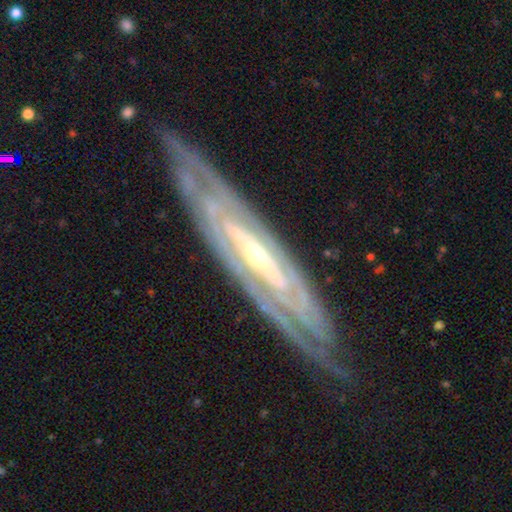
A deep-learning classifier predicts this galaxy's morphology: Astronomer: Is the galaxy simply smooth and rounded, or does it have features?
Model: featured or disk — 88%.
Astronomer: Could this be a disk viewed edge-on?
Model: no — 70%.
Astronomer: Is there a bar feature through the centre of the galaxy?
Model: strong — 37% (runner-up: no, 32%).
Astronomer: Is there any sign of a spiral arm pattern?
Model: yes — 94%.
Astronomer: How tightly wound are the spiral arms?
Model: tight — 75%.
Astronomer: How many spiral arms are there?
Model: can't tell — 42% (runner-up: 2, 25%).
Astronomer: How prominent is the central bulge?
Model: small — 66%.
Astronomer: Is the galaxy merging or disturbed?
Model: none — 79%.